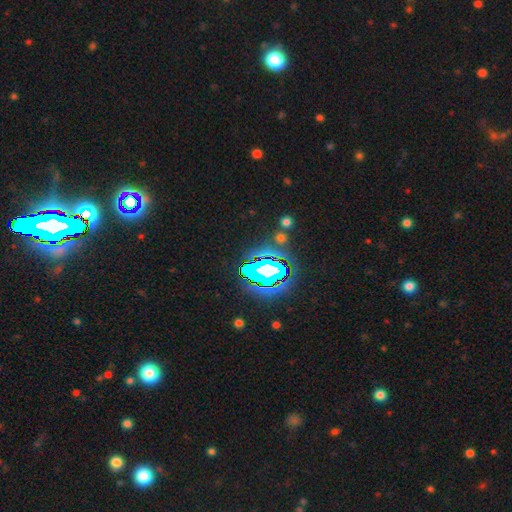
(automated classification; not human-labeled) Smooth or featured: star or artifact — 85% (smooth — 8%)